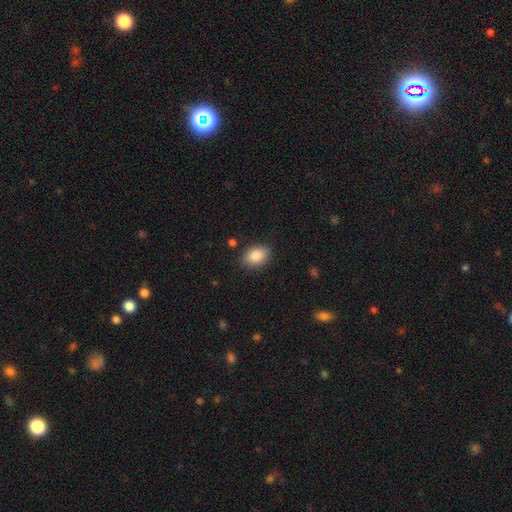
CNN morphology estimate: Smooth or featured: smooth — 87% (star or artifact — 7%)
How rounded: in between — 83% (round — 15%)
Merging: none — 84% (minor disturbance — 12%)